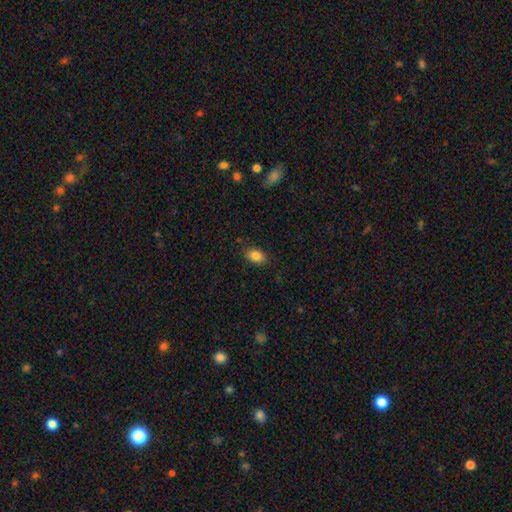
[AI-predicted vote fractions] A smooth galaxy with no disk features (84%) that is in between round and cigar-shaped (86%). Merging: none (85%).